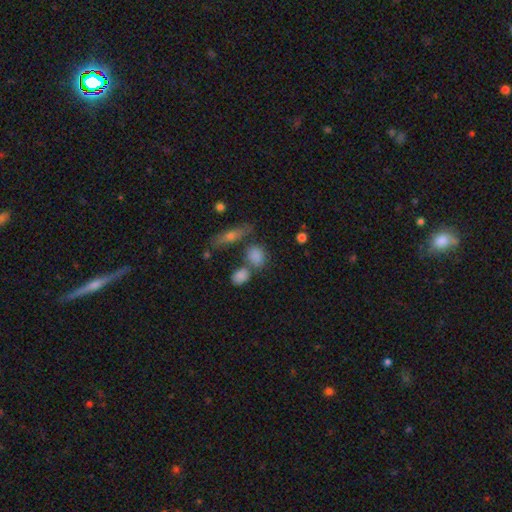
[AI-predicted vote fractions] Overall: smooth (81%). How rounded: in between (49%; round 46%). Merging: none (54%; merger 25%).